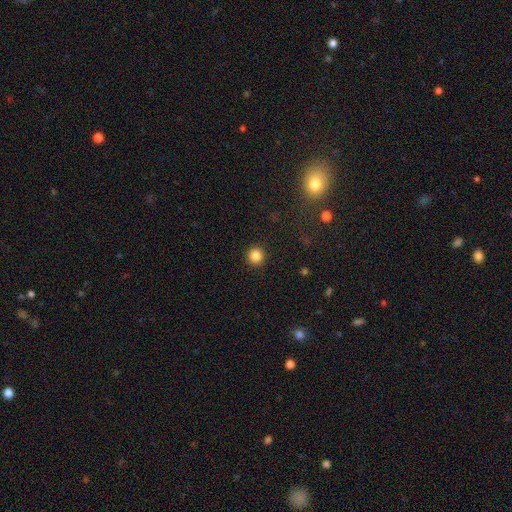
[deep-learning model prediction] Overall: smooth (85%). How rounded: round (94%). Merging: none (93%).